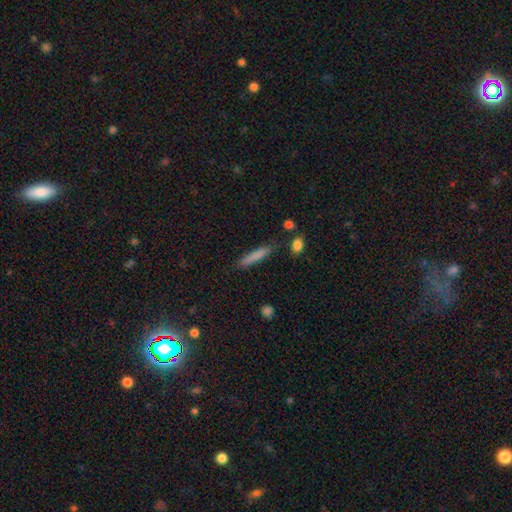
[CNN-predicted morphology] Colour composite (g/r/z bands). It shows a smooth galaxy with no disk features (80%) that is cigar-shaped (91%). Merging: none (83%).